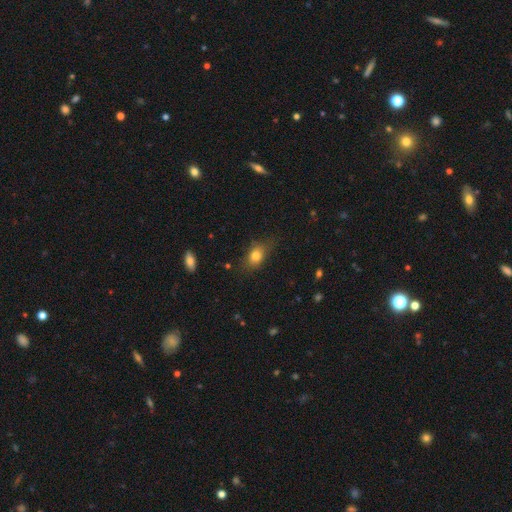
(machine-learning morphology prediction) Smooth or featured? Predicted: smooth (p=0.79). How rounded? Predicted: in between (p=0.67). Merging? Predicted: none (p=0.67).